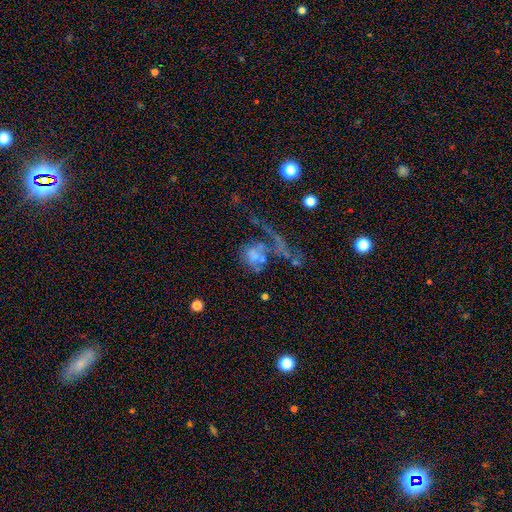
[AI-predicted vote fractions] featured or disk 49%, smooth 36%, star or artifact 15%. Down the decision tree: merging — major disturbance (52%).